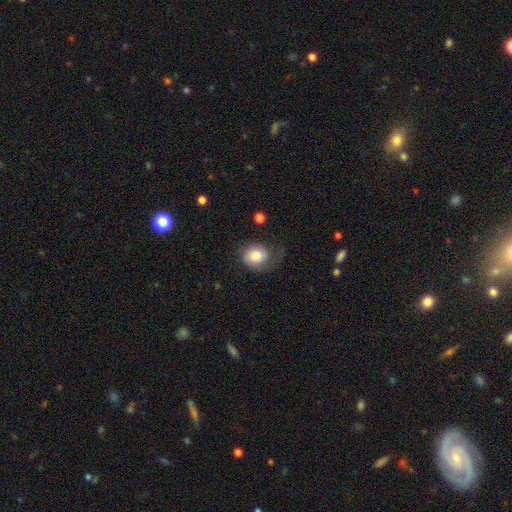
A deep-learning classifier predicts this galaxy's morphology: Smooth or featured?
  - smooth: 78% *
  - featured or disk: 14%
  - star or artifact: 8%
How rounded?
  - round: 63% *
  - in between: 36%
  - cigar-shaped: 1%
Merging?
  - none: 53% *
  - minor disturbance: 26%
  - major disturbance: 19%
  - merger: 2%